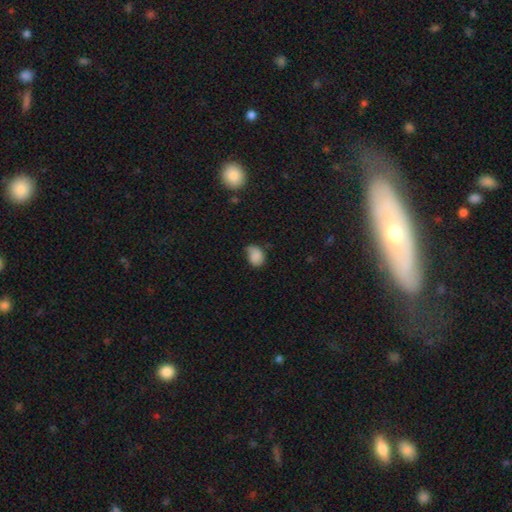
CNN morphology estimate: Overall: smooth (79%). How rounded: in between (68%; round 31%). Merging: minor disturbance (42%; none 41%).